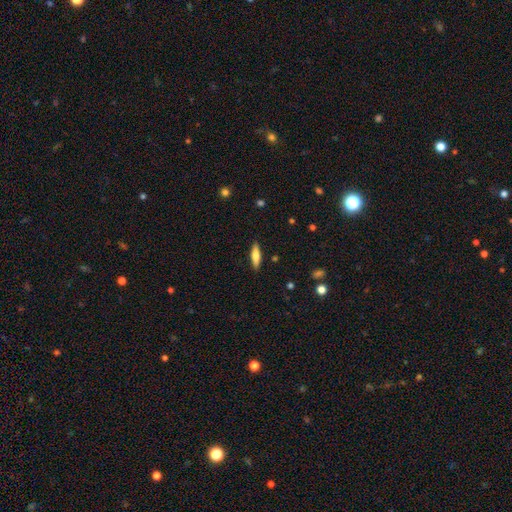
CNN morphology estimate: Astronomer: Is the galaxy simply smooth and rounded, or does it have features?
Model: smooth — 70%.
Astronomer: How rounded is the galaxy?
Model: cigar-shaped — 68%.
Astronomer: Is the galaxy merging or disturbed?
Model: none — 88%.